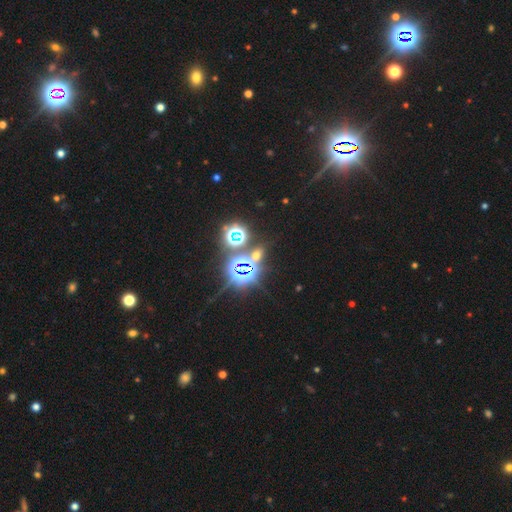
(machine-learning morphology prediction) Overall: star or artifact (66%).